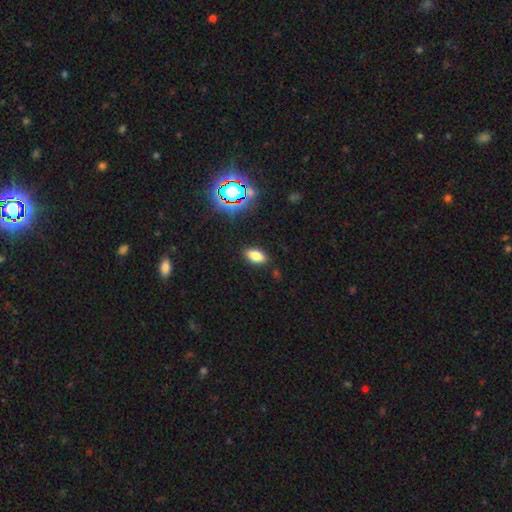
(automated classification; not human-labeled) Overall: smooth (77%). How rounded: in between (89%). Merging: none (87%).